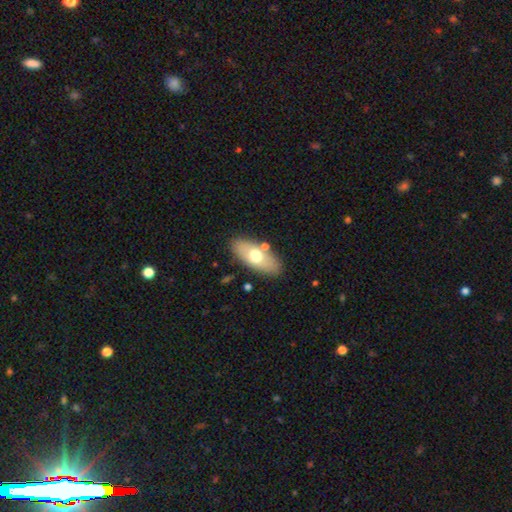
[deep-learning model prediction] smooth 62%, featured or disk 32%, star or artifact 7%. Down the decision tree: how rounded — in between (86%); merging — none (81%).